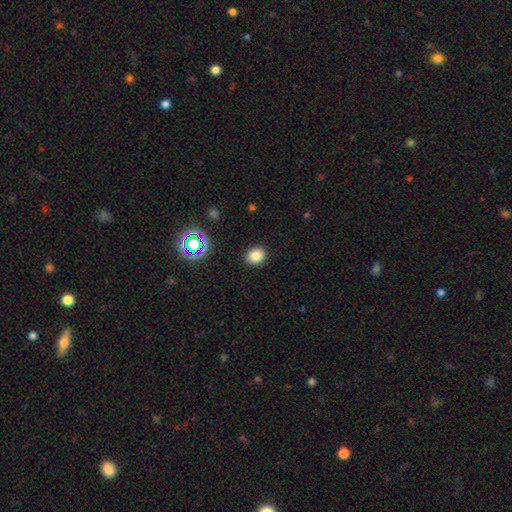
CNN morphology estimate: The model was most divided on "how rounded": round: 55%, in between: 44%, cigar-shaped: 1%. More confident: merging — none (89%); smooth or featured — smooth (81%).